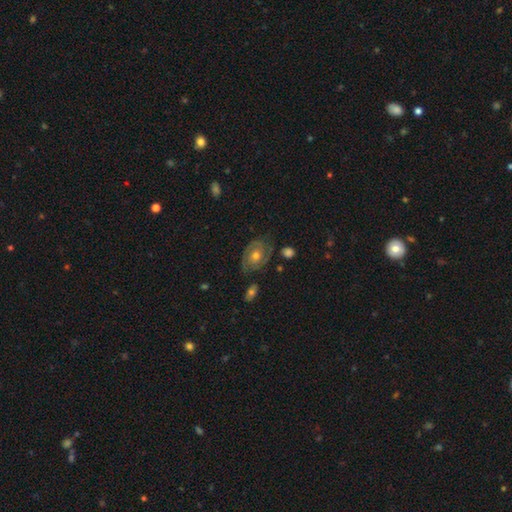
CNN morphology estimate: smooth-or-featured: featured or disk: 71% | smooth: 19% | star or artifact: 9%
  disk-edge-on: no: 97% | yes: 3%
    bar: no: 75% | weak: 20% | strong: 4%
    has-spiral-arms: yes: 84% | no: 16%
      spiral-winding: tight: 57% | medium: 33% | loose: 9%
      spiral-arm-count: 2: 70% | can't tell: 18% | 3: 4% | 1: 4% | 4: 2% | more than 4: 2%
    bulge-size: moderate: 70% | small: 22% | large: 5% | none: 1% | dominant: 1%
  merging: none: 74% | minor disturbance: 16% | major disturbance: 7% | merger: 3%